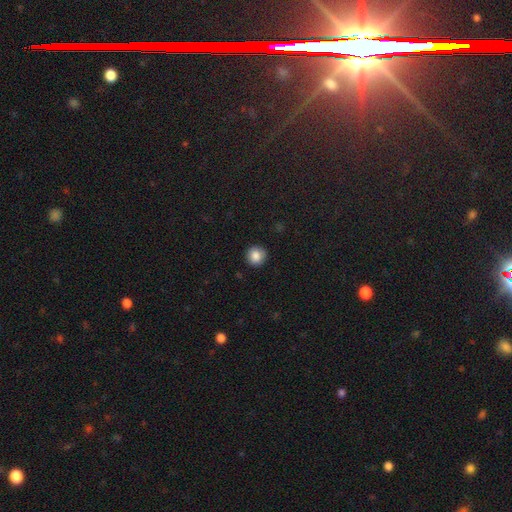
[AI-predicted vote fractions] smooth_or_featured: smooth (p=0.85) [alt: star or artifact p=0.09]
how_rounded: round (p=0.93) [alt: in between p=0.06]
merging: none (p=0.90) [alt: minor disturbance p=0.07]